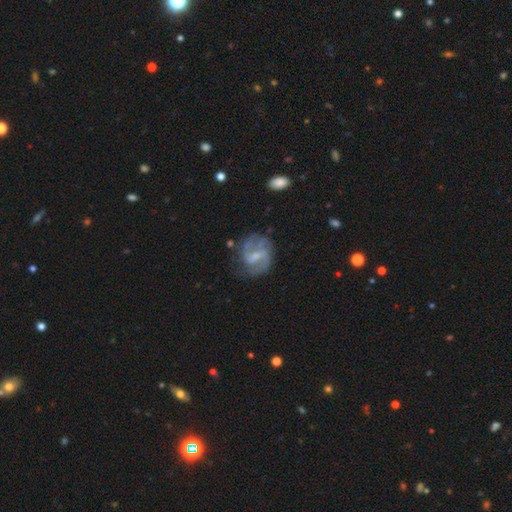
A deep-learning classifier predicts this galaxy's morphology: Smooth or featured: featured or disk — 80% (smooth — 14%)
Edge-on disk: no — 98% (yes — 2%)
Bar: weak — 58% (strong — 24%)
Spiral arms: yes — 91% (no — 9%)
Spiral winding: medium — 49% (loose — 26%)
Spiral arm count: 2 — 62% (can't tell — 17%)
Bulge size: small — 49% (moderate — 30%)
Merging: none — 62% (minor disturbance — 22%)